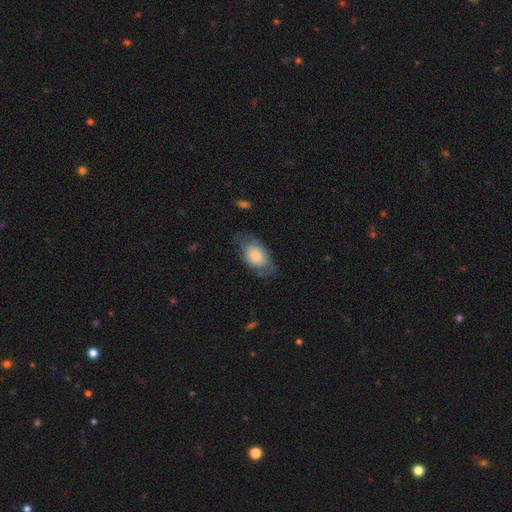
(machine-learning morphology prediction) Q: Smooth or featured?
A: smooth (67%); runner-up: featured or disk (27%)
Q: How rounded?
A: in between (90%); runner-up: round (8%)
Q: Merging?
A: none (56%); runner-up: minor disturbance (29%)